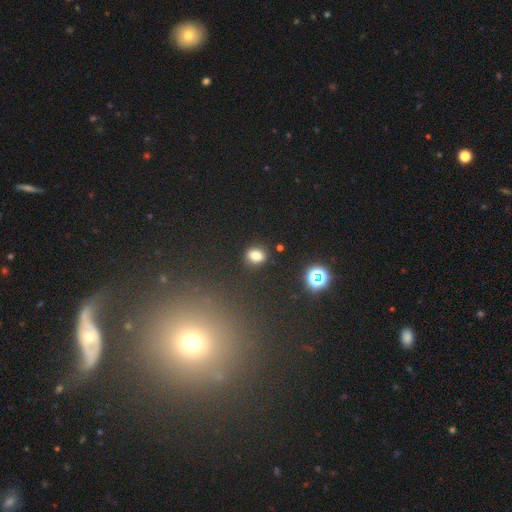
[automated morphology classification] This appears to be a smooth galaxy with no disk features (80%) that is in between round and cigar-shaped (54%). Merging: none (86%).